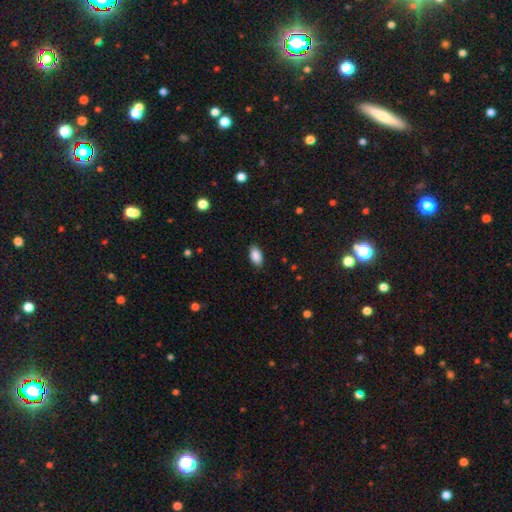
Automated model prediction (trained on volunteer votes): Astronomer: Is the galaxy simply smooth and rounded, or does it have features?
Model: smooth — 89%.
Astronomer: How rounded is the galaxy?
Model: in between — 94%.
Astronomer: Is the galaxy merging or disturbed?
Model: none — 87%.